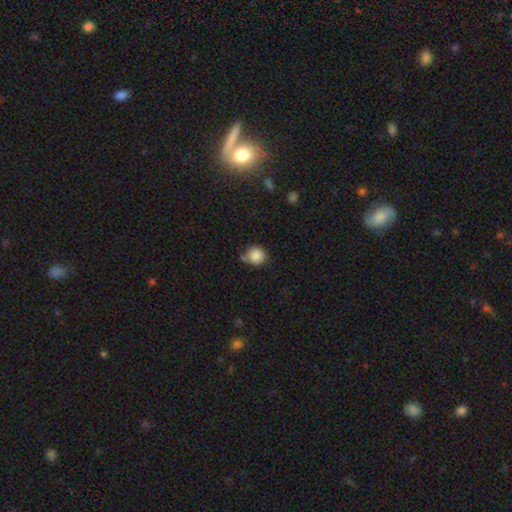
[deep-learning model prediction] smooth-or-featured: smooth: 86% | star or artifact: 9% | featured or disk: 5%
  how-rounded: round: 92% | in between: 7% | cigar-shaped: 1%
  merging: none: 66% | minor disturbance: 17% | merger: 12% | major disturbance: 4%